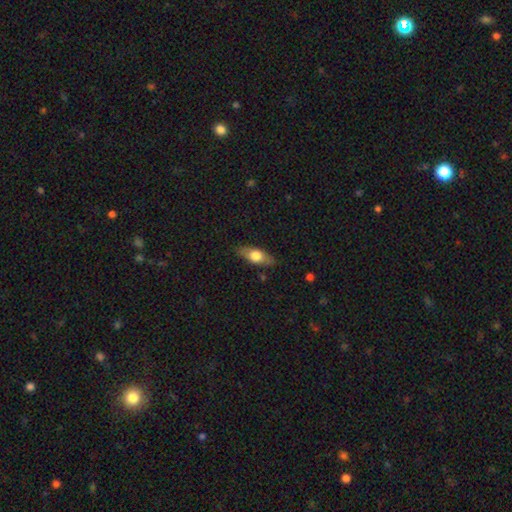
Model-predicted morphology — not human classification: The model was most divided on "smooth or featured": smooth: 62%, featured or disk: 32%, star or artifact: 6%. More confident: merging — none (84%); how rounded — in between (72%).